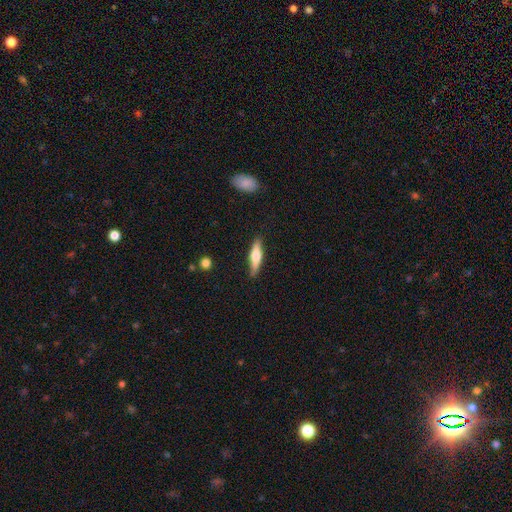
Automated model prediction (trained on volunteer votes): The model was most divided on "smooth or featured": smooth: 50%, featured or disk: 45%, star or artifact: 5%. More confident: merging — none (81%); how rounded — cigar-shaped (71%).